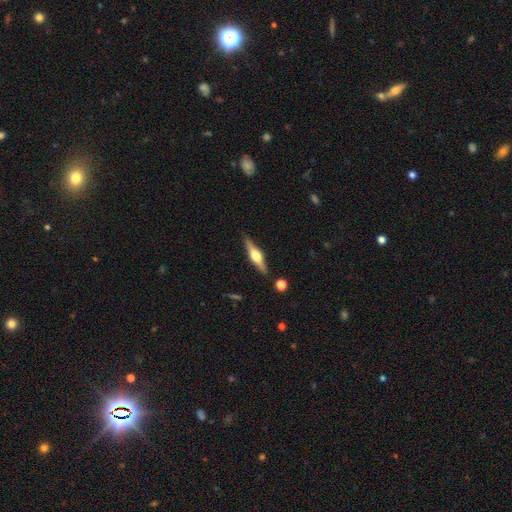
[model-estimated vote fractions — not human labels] This is likely a featured or disk galaxy (69%). It is clearly viewed edge-on (96%). Edge-on bulge: clearly rounded (91%). Merging: clearly none (87%).